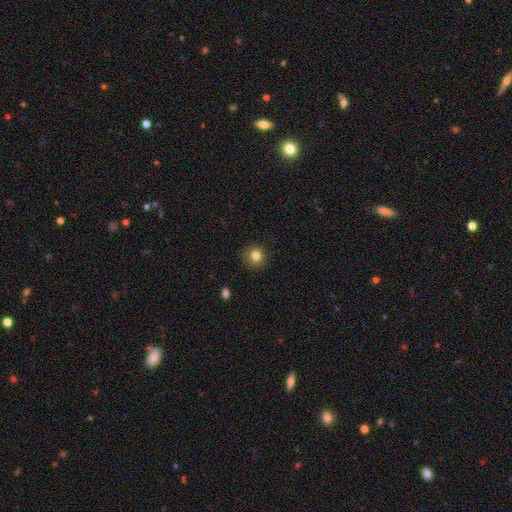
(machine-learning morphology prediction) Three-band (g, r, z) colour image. It shows a smooth galaxy with no disk features (81%) that is round (92%). Merging: none (89%).